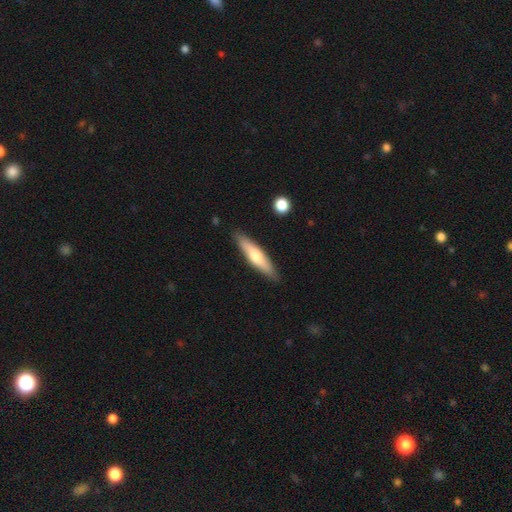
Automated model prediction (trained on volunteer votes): A smooth galaxy with no disk features (55%) that is cigar-shaped (80%).

Vote fractions:
- Smooth or featured? smooth: 55% / featured or disk: 40% / star or artifact: 5%
- How rounded? cigar-shaped: 80% / in between: 19% / round: 2%
- Merging? none: 86% / minor disturbance: 10% / major disturbance: 2% / merger: 2%